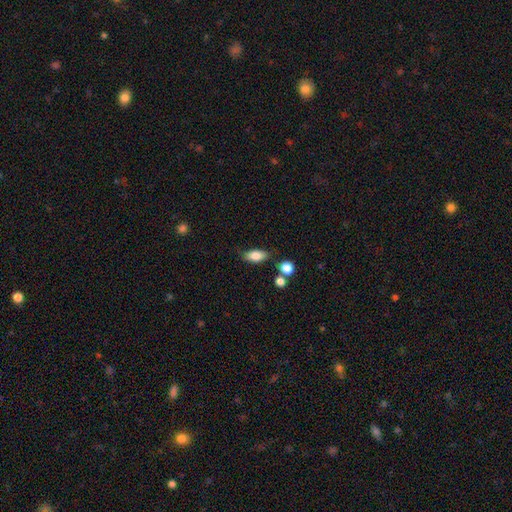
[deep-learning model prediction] smooth_or_featured: smooth (p=0.81) [alt: featured or disk p=0.11]
how_rounded: in between (p=0.86) [alt: cigar-shaped p=0.08]
merging: none (p=0.71) [alt: minor disturbance p=0.18]